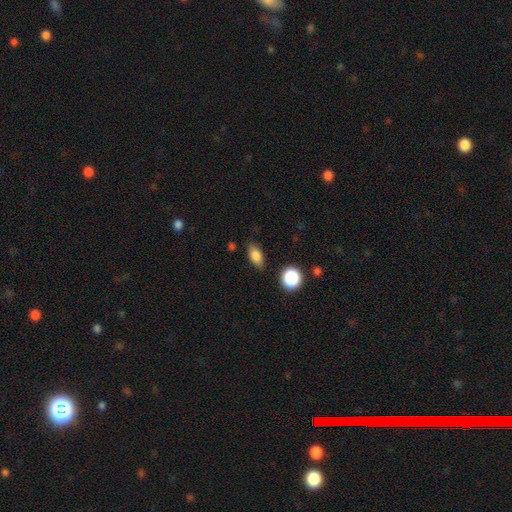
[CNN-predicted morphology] This appears to be a smooth galaxy with no disk features (81%) that is in between round and cigar-shaped (81%). Merging: none (82%).